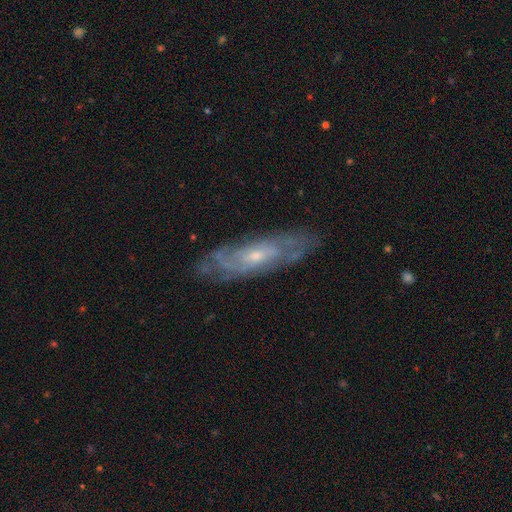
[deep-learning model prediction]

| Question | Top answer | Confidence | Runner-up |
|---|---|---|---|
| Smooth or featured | featured or disk | 77% | smooth (17%) |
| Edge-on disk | no | 77% | yes (23%) |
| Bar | no | 68% | weak (28%) |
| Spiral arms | yes | 84% | no (16%) |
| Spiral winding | tight | 56% | medium (33%) |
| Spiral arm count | can't tell | 58% | 2 (20%) |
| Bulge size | small | 60% | moderate (36%) |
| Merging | none | 74% | minor disturbance (19%) |